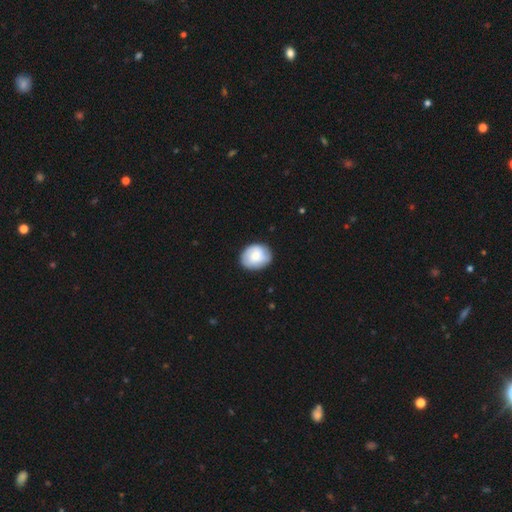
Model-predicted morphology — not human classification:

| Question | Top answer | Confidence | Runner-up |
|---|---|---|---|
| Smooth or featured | smooth | 66% | featured or disk (27%) |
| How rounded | round | 54% | in between (46%) |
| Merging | none | 80% | minor disturbance (15%) |